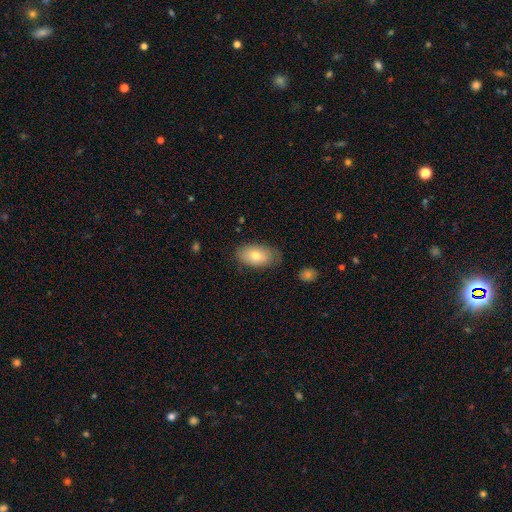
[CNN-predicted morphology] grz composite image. It shows a smooth galaxy with no disk features (75%) that is in between round and cigar-shaped (93%). Merging: none (74%).